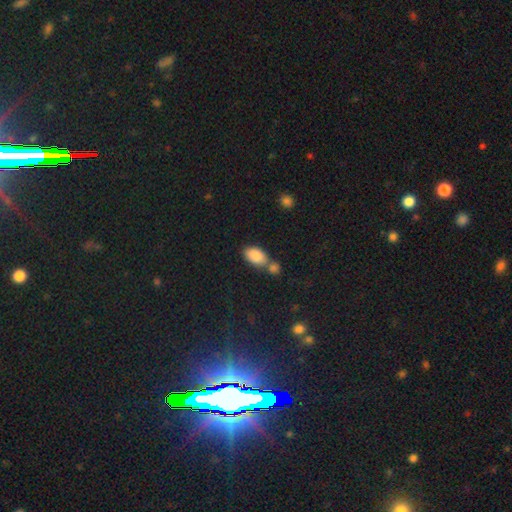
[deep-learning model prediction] Smooth or featured? smooth (87%)
How rounded? in between (93%)
Merging? none (42%)